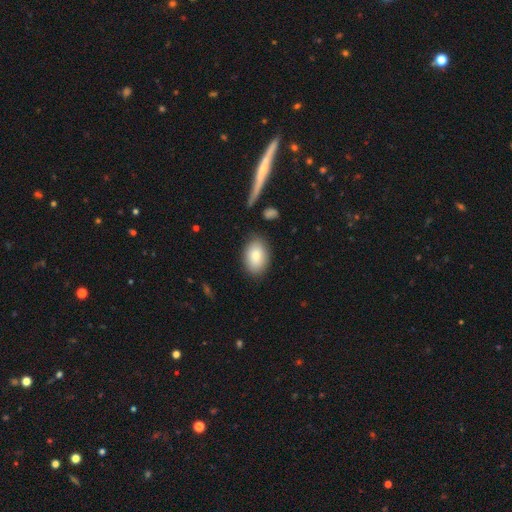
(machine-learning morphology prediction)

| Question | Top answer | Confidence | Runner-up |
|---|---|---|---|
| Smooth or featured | smooth | 81% | featured or disk (12%) |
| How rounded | in between | 84% | round (15%) |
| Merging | none | 83% | minor disturbance (12%) |